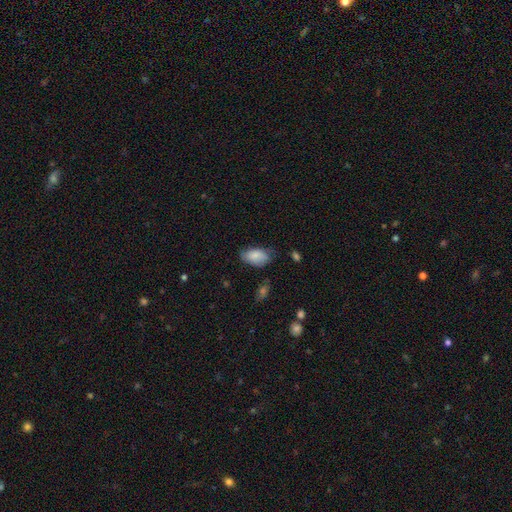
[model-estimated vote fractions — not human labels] smooth 81%, featured or disk 12%, star or artifact 7%. Down the decision tree: how rounded — in between (94%); merging — none (59%).